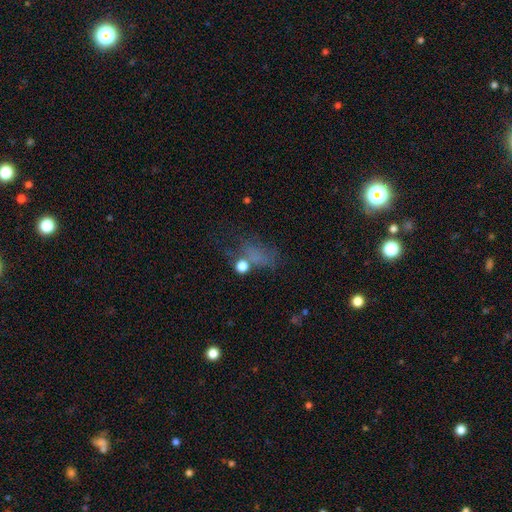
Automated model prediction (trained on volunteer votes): This is possibly a smooth galaxy (51%). How rounded: likely in between (69%). Merging: marginally none (37%).